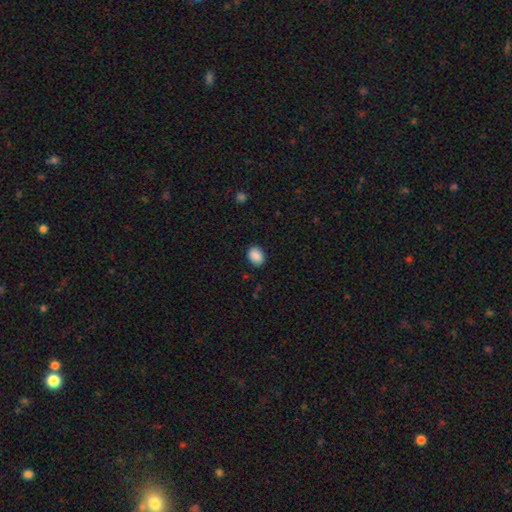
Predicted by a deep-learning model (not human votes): Smooth or featured? smooth (89%)
How rounded? in between (60%)
Merging? none (87%)